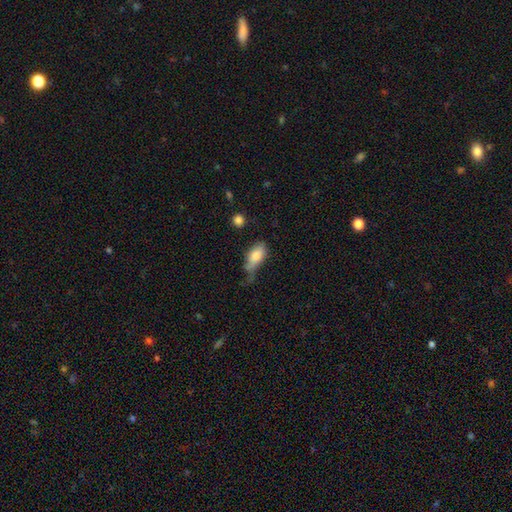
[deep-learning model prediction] A smooth galaxy with no disk features (76%) that is in between round and cigar-shaped (85%).

Vote fractions:
- Smooth or featured? smooth: 76% / featured or disk: 16% / star or artifact: 8%
- How rounded? in between: 85% / cigar-shaped: 10% / round: 5%
- Merging? minor disturbance: 38% / none: 31% / major disturbance: 24% / merger: 7%